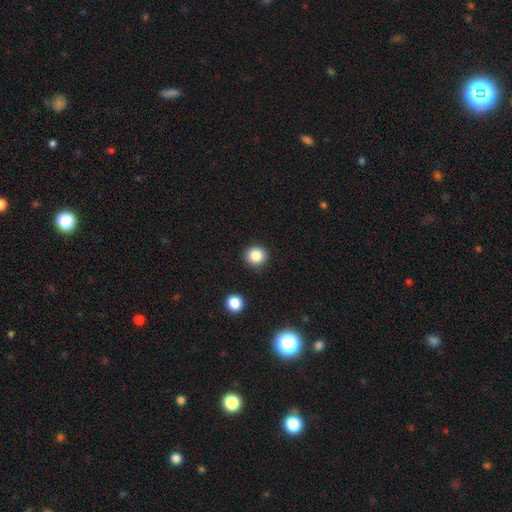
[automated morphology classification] The model was most divided on "smooth or featured": smooth: 86%, star or artifact: 10%, featured or disk: 4%. More confident: how rounded — round (91%); merging — none (90%).